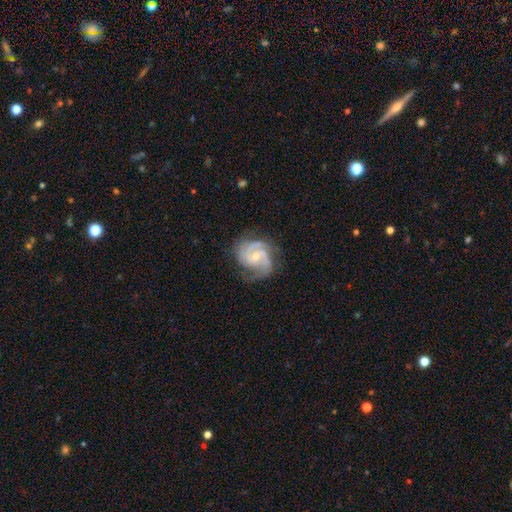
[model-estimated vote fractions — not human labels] Smooth or featured? featured or disk (89%)
Edge-on disk? no (98%)
Bar? no (57%)
Spiral arms? yes (98%)
Spiral winding? medium (47%)
Spiral arm count? 2 (41%)
Bulge size? small (60%)
Merging? none (68%)